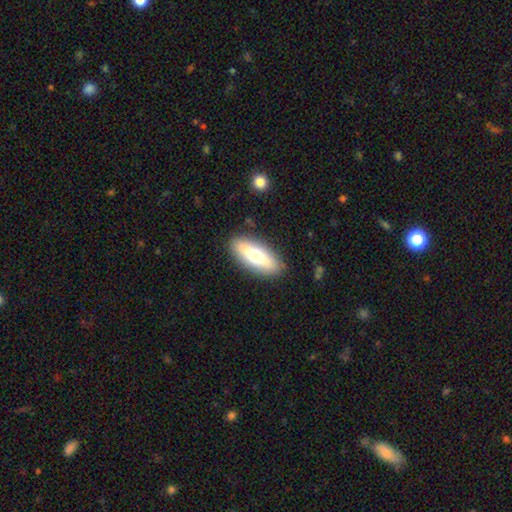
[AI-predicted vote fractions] smooth-or-featured: smooth: 63% | featured or disk: 30% | star or artifact: 7%
  how-rounded: in between: 76% | cigar-shaped: 21% | round: 3%
  merging: none: 87% | minor disturbance: 9% | major disturbance: 3% | merger: 2%